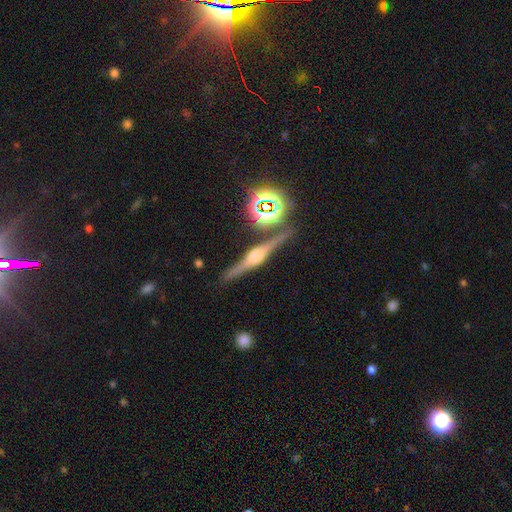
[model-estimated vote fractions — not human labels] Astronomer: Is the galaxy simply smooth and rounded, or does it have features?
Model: featured or disk — 79%.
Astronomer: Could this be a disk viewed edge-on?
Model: yes — 97%.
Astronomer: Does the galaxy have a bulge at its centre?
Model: rounded — 89%.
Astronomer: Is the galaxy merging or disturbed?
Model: none — 87%.